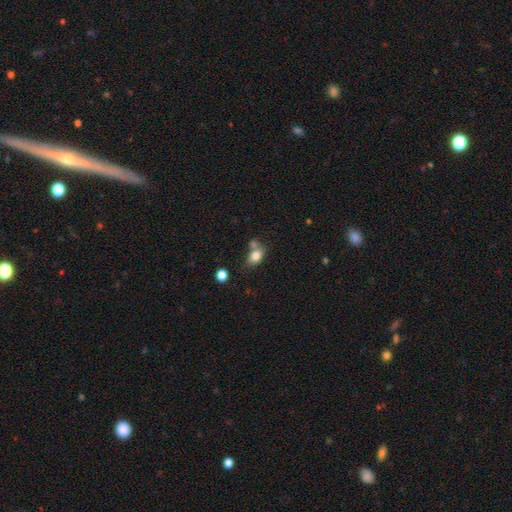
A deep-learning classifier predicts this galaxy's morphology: smooth-or-featured: smooth: 79% | featured or disk: 11% | star or artifact: 10%
  how-rounded: in between: 74% | round: 24% | cigar-shaped: 2%
  merging: none: 45% | merger: 31% | minor disturbance: 18% | major disturbance: 7%